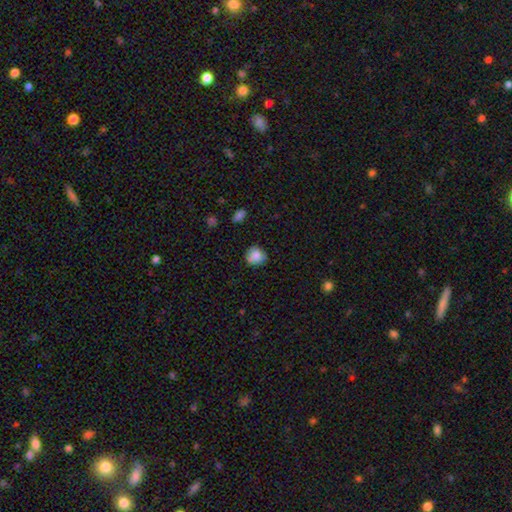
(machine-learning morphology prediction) Smooth or featured? Predicted: smooth (p=0.79). How rounded? Predicted: round (p=0.82). Merging? Predicted: none (p=0.68).